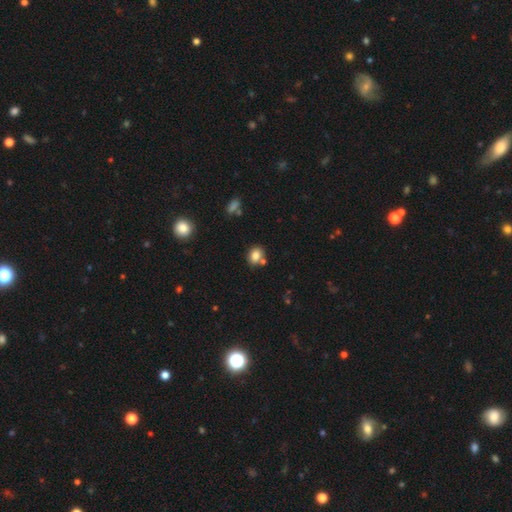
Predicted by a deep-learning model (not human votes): Q: Smooth or featured?
A: smooth (81%); runner-up: star or artifact (11%)
Q: How rounded?
A: in between (53%); runner-up: round (46%)
Q: Merging?
A: none (65%); runner-up: merger (19%)